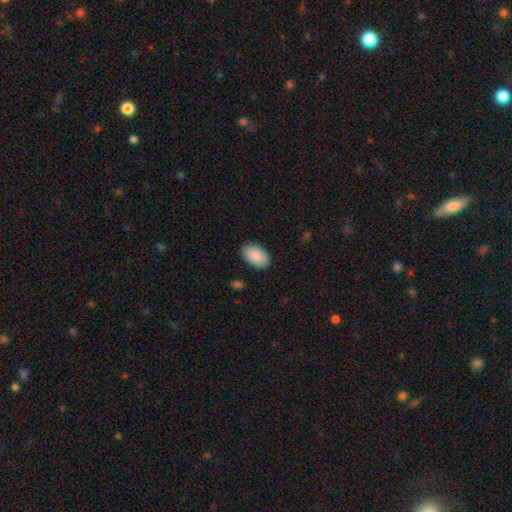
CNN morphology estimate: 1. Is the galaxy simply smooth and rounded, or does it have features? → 91% smooth, 6% star or artifact, 4% featured or disk.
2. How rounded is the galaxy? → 94% in between, 5% round, 1% cigar-shaped.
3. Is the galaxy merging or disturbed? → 88% none, 9% minor disturbance, 2% major disturbance, 1% merger.